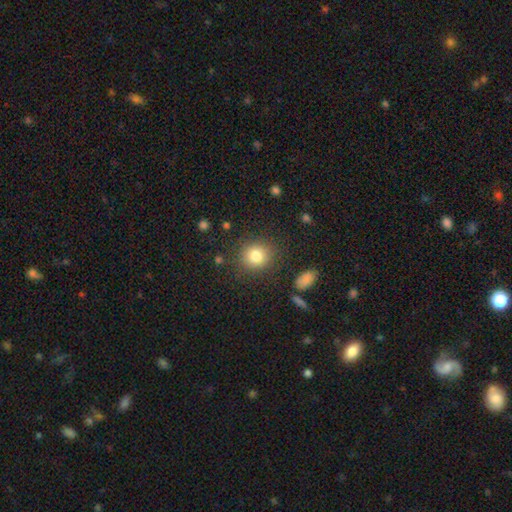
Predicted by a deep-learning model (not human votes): Smooth or featured?
  - smooth: 82% *
  - star or artifact: 11%
  - featured or disk: 7%
How rounded?
  - round: 80% *
  - in between: 19%
  - cigar-shaped: 1%
Merging?
  - none: 84% *
  - minor disturbance: 10%
  - major disturbance: 4%
  - merger: 2%